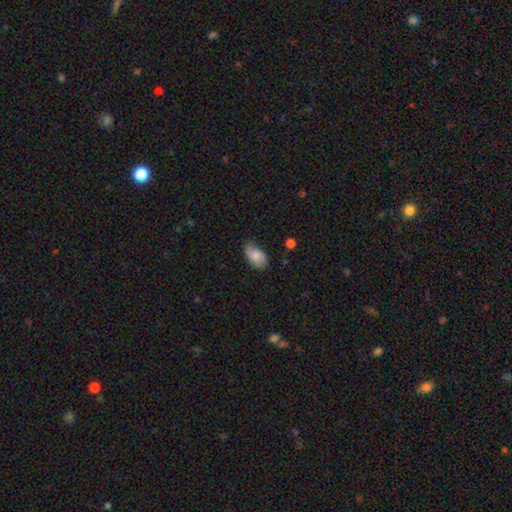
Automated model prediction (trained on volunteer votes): smooth-or-featured: smooth: 80% | featured or disk: 13% | star or artifact: 7%
  how-rounded: in between: 93% | round: 6% | cigar-shaped: 2%
  merging: none: 69% | minor disturbance: 26% | major disturbance: 4% | merger: 2%